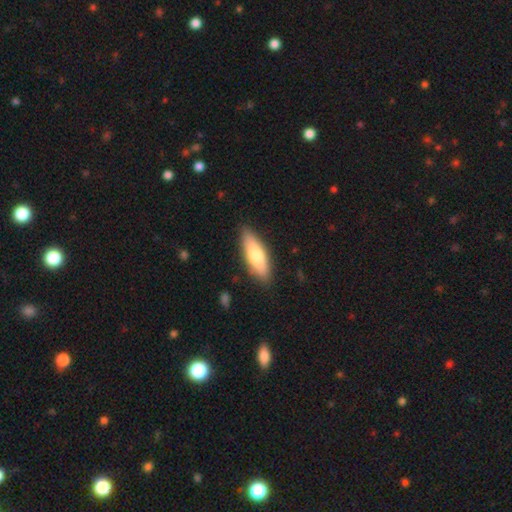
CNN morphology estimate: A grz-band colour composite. It shows a smooth galaxy with no disk features (72%) that is in between round and cigar-shaped (53%). Merging: none (87%).